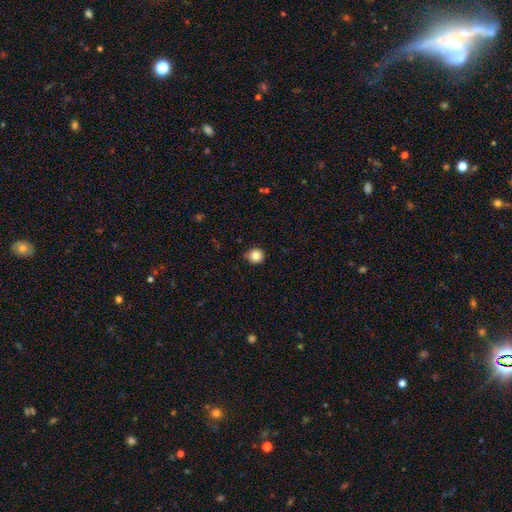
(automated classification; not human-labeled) smooth_or_featured: smooth (p=0.84) [alt: star or artifact p=0.11]
how_rounded: round (p=0.91) [alt: in between p=0.09]
merging: none (p=0.84) [alt: minor disturbance p=0.13]